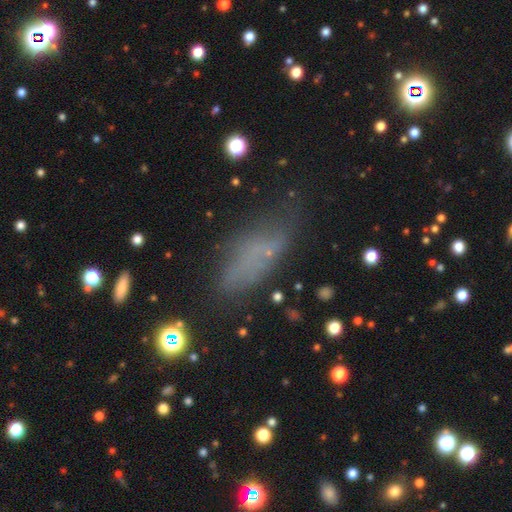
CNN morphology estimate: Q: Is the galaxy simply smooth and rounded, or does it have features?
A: smooth — 62%.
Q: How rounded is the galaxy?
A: in between — 68%.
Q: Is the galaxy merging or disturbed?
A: none — 58%.